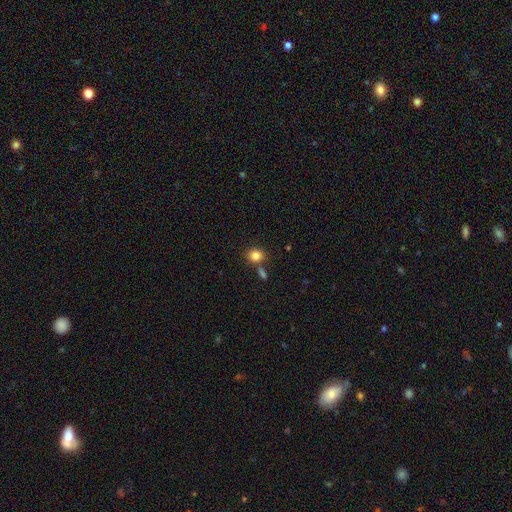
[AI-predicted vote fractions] Smooth or featured? Predicted: smooth (p=0.83). How rounded? Predicted: round (p=0.70). Merging? Predicted: none (p=0.72).